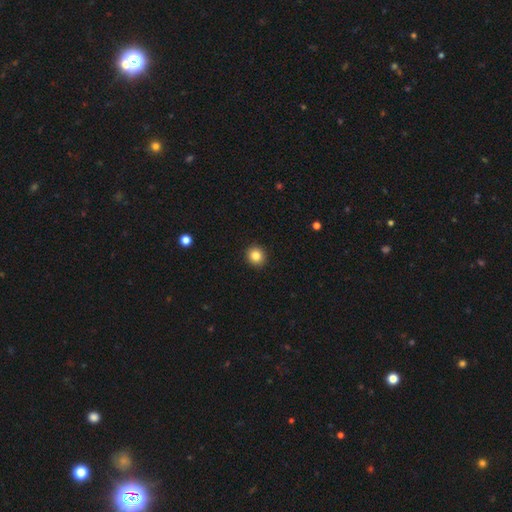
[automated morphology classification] Q: Smooth or featured?
A: smooth (85%); runner-up: star or artifact (10%)
Q: How rounded?
A: round (89%); runner-up: in between (10%)
Q: Merging?
A: none (93%); runner-up: minor disturbance (5%)